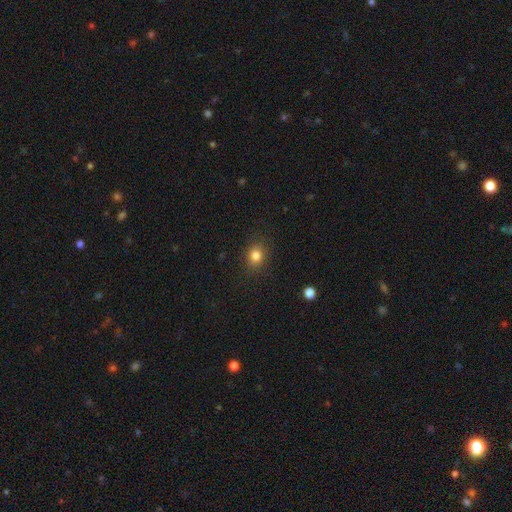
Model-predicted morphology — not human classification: Smooth or featured: smooth — 82% (star or artifact — 12%)
How rounded: round — 66% (in between — 33%)
Merging: none — 87% (minor disturbance — 9%)